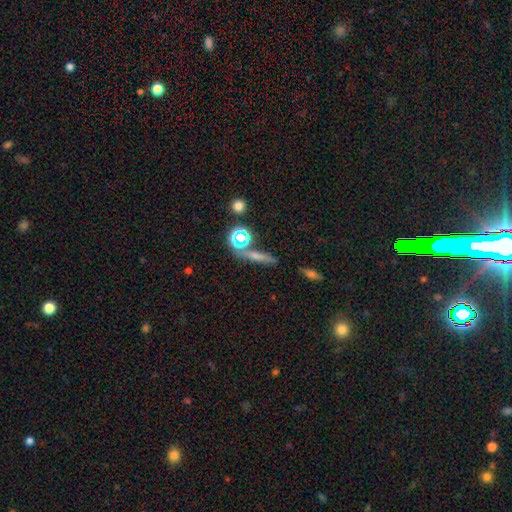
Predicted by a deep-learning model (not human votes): Q: Smooth or featured?
A: smooth (55%); runner-up: star or artifact (23%)
Q: How rounded?
A: cigar-shaped (68%); runner-up: in between (16%)
Q: Merging?
A: none (72%); runner-up: minor disturbance (12%)